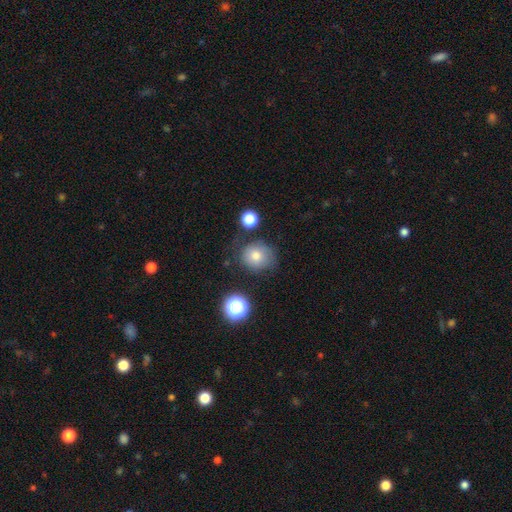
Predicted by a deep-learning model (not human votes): smooth-or-featured: smooth: 74% | featured or disk: 13% | star or artifact: 13%
  how-rounded: round: 80% | in between: 19% | cigar-shaped: 1%
  merging: none: 65% | minor disturbance: 23% | major disturbance: 8% | merger: 5%